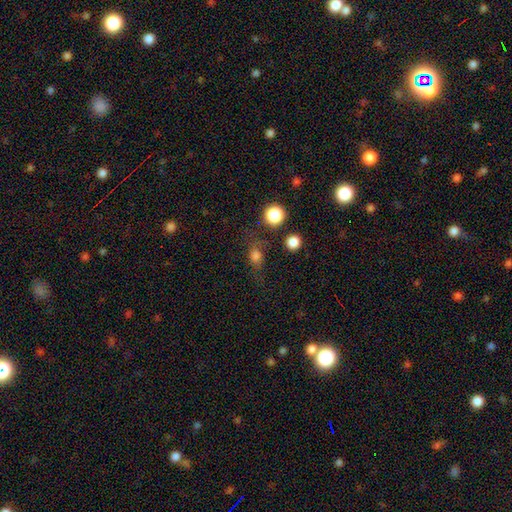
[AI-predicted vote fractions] A smooth galaxy with no disk features (73%) that is in between round and cigar-shaped (48%).

Vote fractions:
- Smooth or featured? smooth: 73% / star or artifact: 15% / featured or disk: 12%
- How rounded? in between: 48% / round: 47% / cigar-shaped: 5%
- Merging? none: 61% / minor disturbance: 21% / major disturbance: 13% / merger: 5%